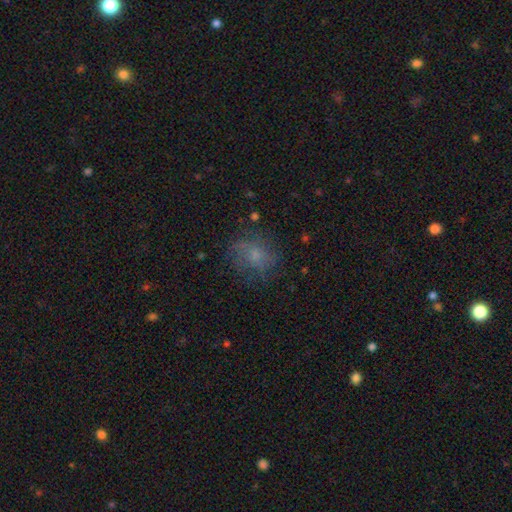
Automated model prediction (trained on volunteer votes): Smooth or featured: smooth — 57% (featured or disk — 28%)
How rounded: round — 65% (in between — 34%)
Merging: none — 63% (minor disturbance — 21%)